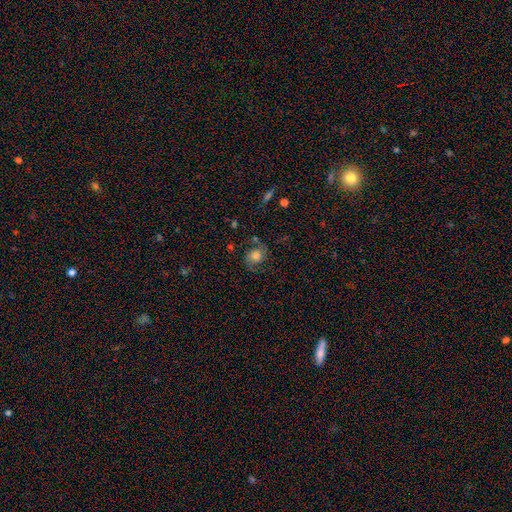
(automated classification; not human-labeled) Smooth or featured: featured or disk — 57% (smooth — 32%)
Edge-on disk: no — 97% (yes — 3%)
Bar: no — 75% (weak — 20%)
Spiral arms: yes — 90% (no — 10%)
Bulge size: moderate — 58% (large — 22%)
Merging: none — 71% (minor disturbance — 17%)